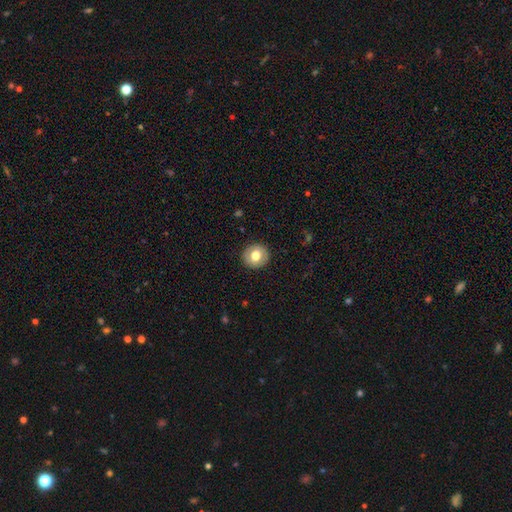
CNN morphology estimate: Smooth or featured: smooth — 75% (featured or disk — 17%)
How rounded: round — 88% (in between — 11%)
Merging: none — 91% (minor disturbance — 7%)